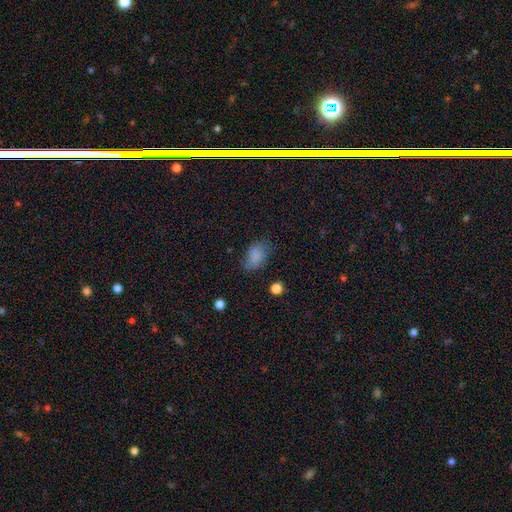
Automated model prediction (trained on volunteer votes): A smooth galaxy with no disk features (80%) that is in between round and cigar-shaped (86%). Merging: none (62%).